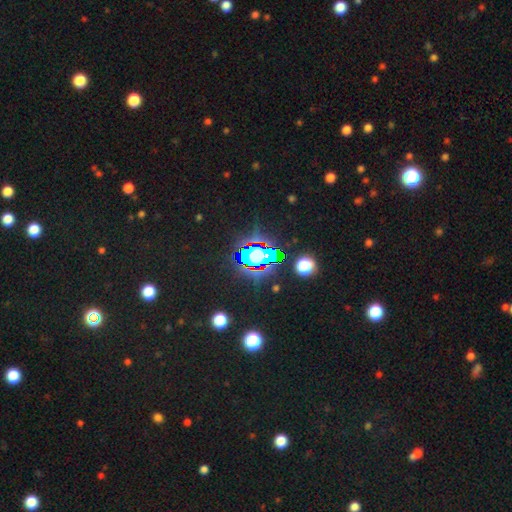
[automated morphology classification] Smooth or featured? Predicted: star or artifact (p=0.65).